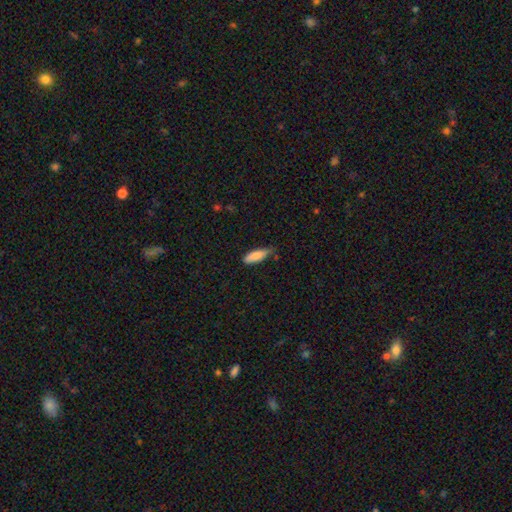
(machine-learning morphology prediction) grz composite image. It shows a smooth galaxy with no disk features (84%) that is in between round and cigar-shaped (55%). Merging: none (61%).